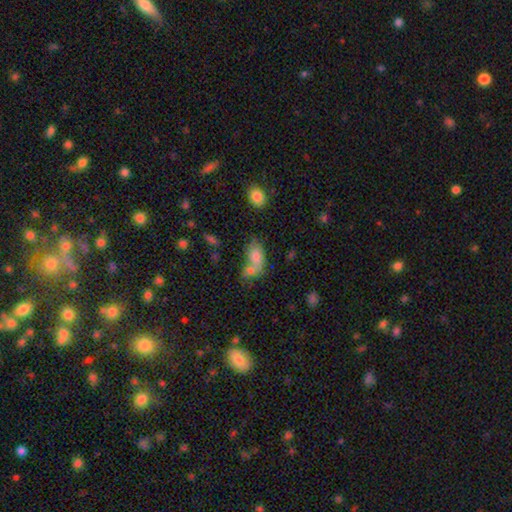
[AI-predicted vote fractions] The model was most divided on "merging": merger: 49%, none: 31%, minor disturbance: 12%, major disturbance: 8%. More confident: how rounded — in between (84%); smooth or featured — smooth (74%).